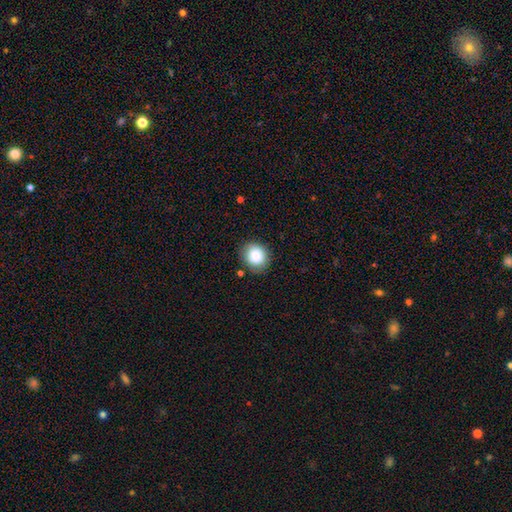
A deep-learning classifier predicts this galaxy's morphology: smooth-or-featured: smooth: 84% | star or artifact: 9% | featured or disk: 7%
  how-rounded: round: 77% | in between: 22% | cigar-shaped: 1%
  merging: none: 82% | minor disturbance: 13% | major disturbance: 3% | merger: 2%